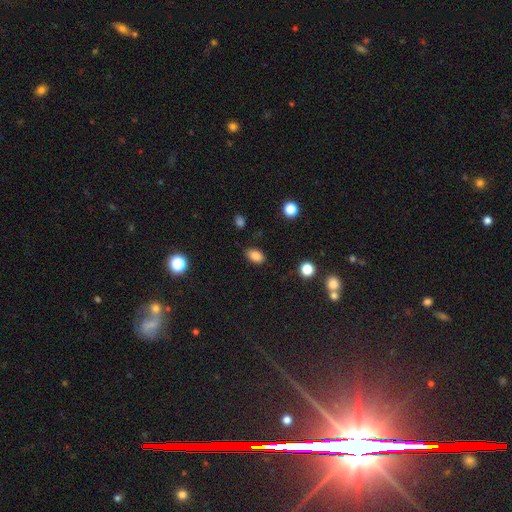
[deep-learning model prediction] Morphology: type=smooth (83%); roundness=in between (89%); merging=none (86%).